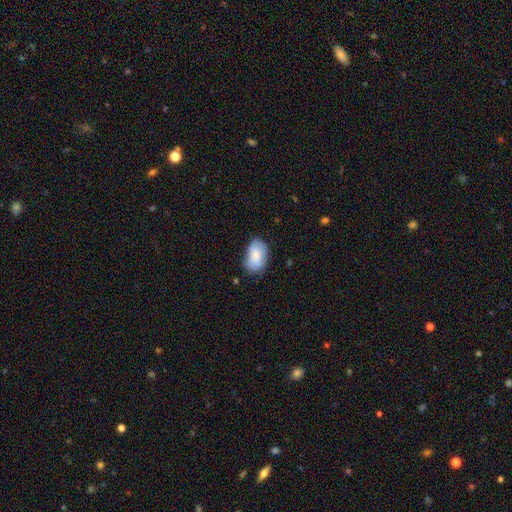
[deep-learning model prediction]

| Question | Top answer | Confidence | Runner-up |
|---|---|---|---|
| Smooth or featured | smooth | 77% | featured or disk (16%) |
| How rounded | in between | 88% | round (11%) |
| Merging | none | 62% | minor disturbance (29%) |